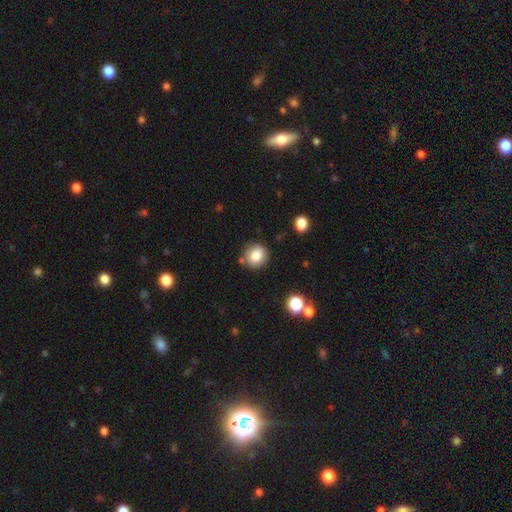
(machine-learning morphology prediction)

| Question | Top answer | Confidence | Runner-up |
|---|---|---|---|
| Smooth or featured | smooth | 82% | star or artifact (10%) |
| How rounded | round | 89% | in between (10%) |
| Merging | none | 80% | minor disturbance (11%) |